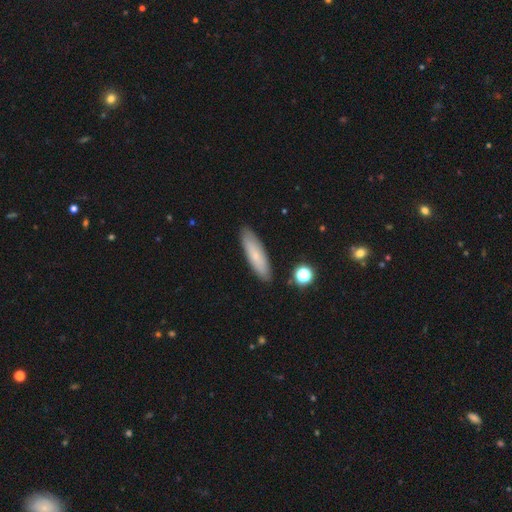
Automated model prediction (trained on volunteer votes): A smooth galaxy with no disk features (70%) that is cigar-shaped (67%). Merging: none (87%).